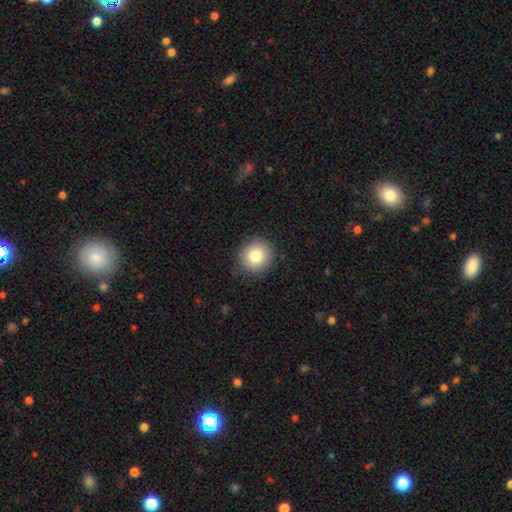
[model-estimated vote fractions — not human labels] Smooth or featured?
  - smooth: 84% *
  - star or artifact: 9%
  - featured or disk: 8%
How rounded?
  - round: 86% *
  - in between: 13%
  - cigar-shaped: 1%
Merging?
  - none: 89% *
  - minor disturbance: 8%
  - major disturbance: 2%
  - merger: 1%